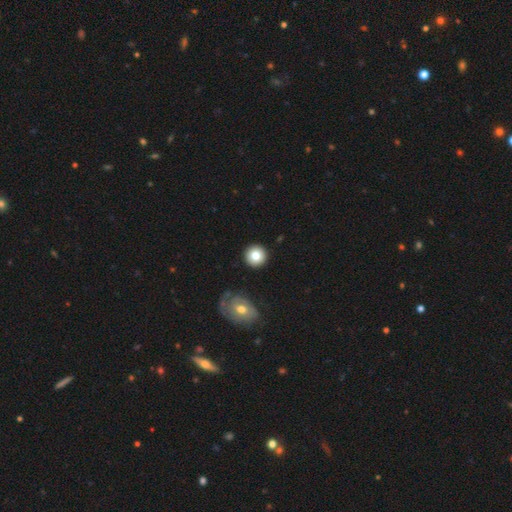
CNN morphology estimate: Q: Smooth or featured?
A: smooth (80%); runner-up: featured or disk (12%)
Q: How rounded?
A: round (94%); runner-up: in between (5%)
Q: Merging?
A: none (90%); runner-up: minor disturbance (6%)